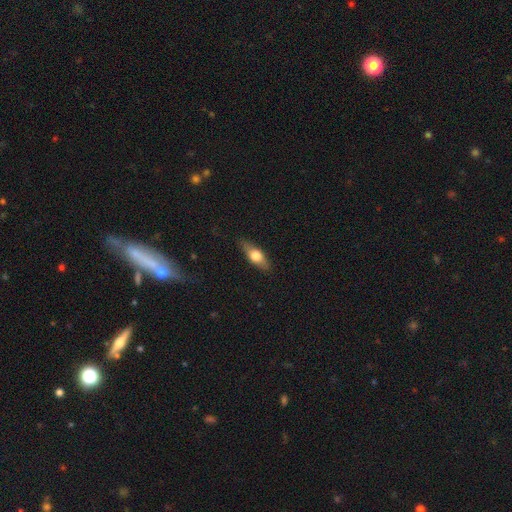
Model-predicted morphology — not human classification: Smooth or featured?
  - smooth: 57% *
  - featured or disk: 37%
  - star or artifact: 6%
How rounded?
  - in between: 60% *
  - cigar-shaped: 35%
  - round: 5%
Merging?
  - none: 85% *
  - minor disturbance: 11%
  - major disturbance: 3%
  - merger: 1%